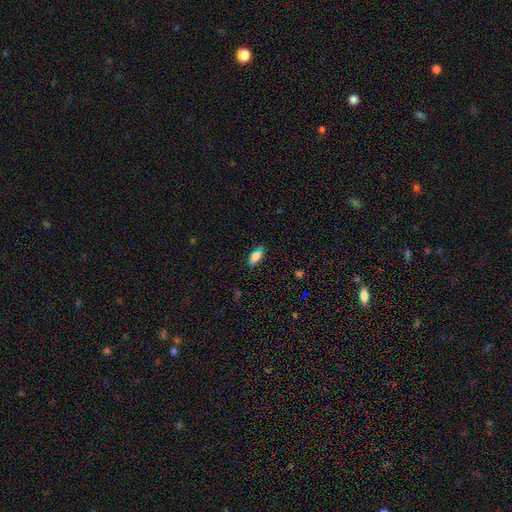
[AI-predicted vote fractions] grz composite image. It shows a smooth galaxy with no disk features (76%) that is in between round and cigar-shaped (87%). Merging: none (76%).